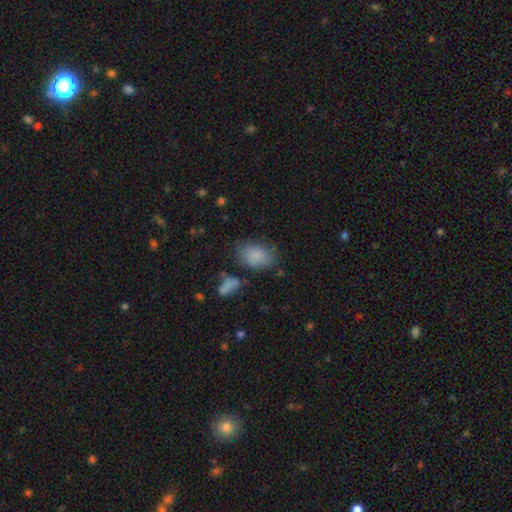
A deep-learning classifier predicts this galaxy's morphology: Smooth or featured? Predicted: smooth (p=0.85). How rounded? Predicted: in between (p=0.85). Merging? Predicted: none (p=0.69).